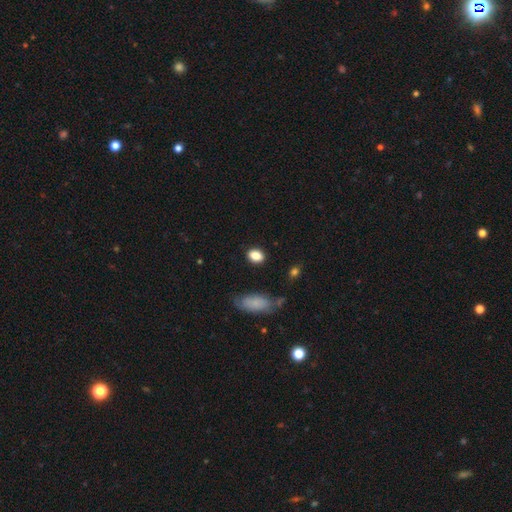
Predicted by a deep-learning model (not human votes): Smooth or featured? smooth (84%)
How rounded? in between (70%)
Merging? none (85%)